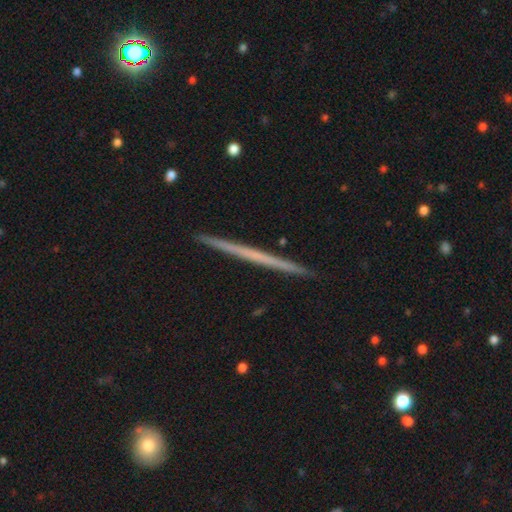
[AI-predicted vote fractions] The model was most divided on "smooth or featured": featured or disk: 61%, smooth: 33%, star or artifact: 6%. More confident: edge-on disk — yes (98%); merging — none (93%); edge-on bulge — none (92%).